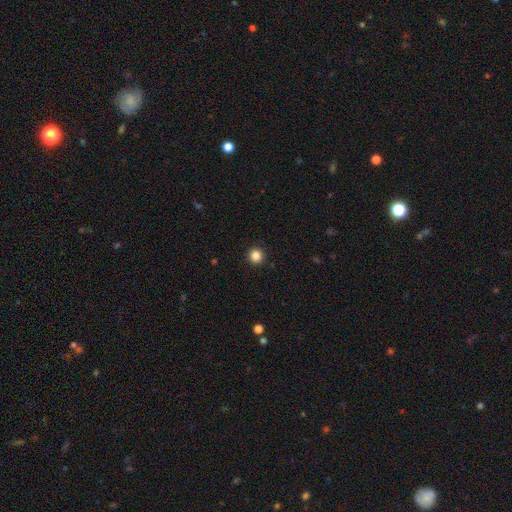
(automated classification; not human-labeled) A smooth galaxy with no disk features (85%) that is round (96%). Merging: none (94%).